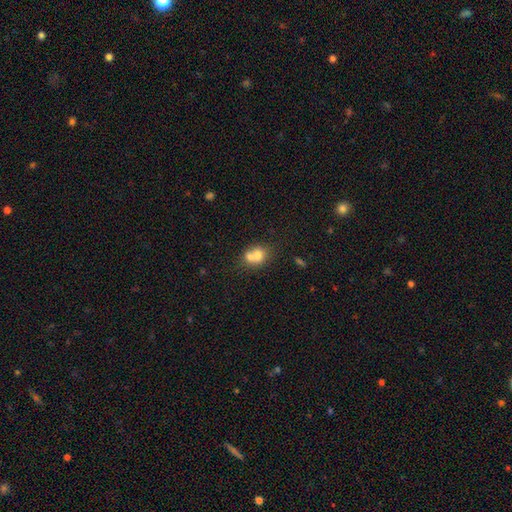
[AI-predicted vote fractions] Smooth or featured: smooth — 69% (featured or disk — 21%)
How rounded: round — 62% (in between — 37%)
Merging: merger — 62% (none — 27%)